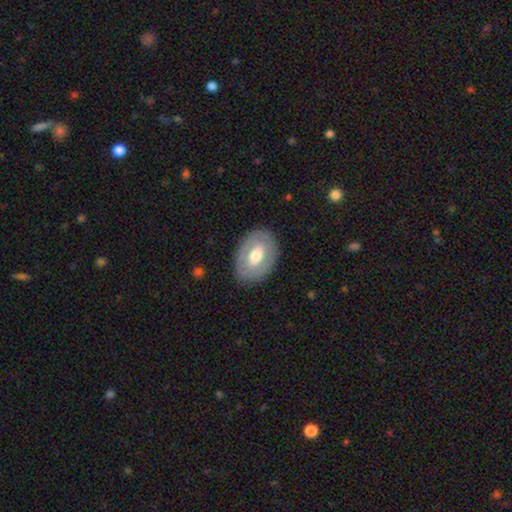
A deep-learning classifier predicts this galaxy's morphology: featured or disk 51%, smooth 44%, star or artifact 6%. Down the decision tree: edge-on disk — no (91%); merging — none (83%).